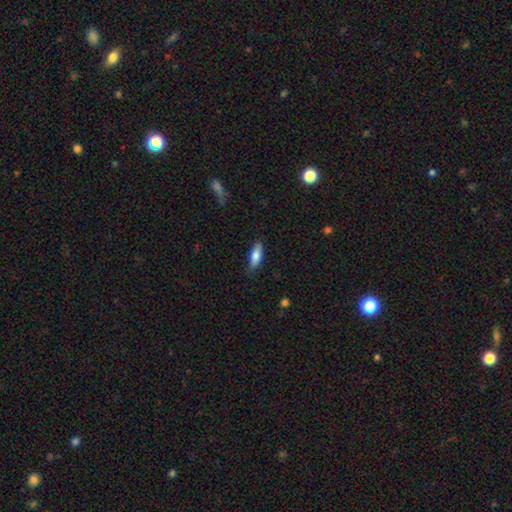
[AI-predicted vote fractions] This is likely a smooth galaxy (76%). How rounded: possibly in between (60%). Merging: likely none (80%).